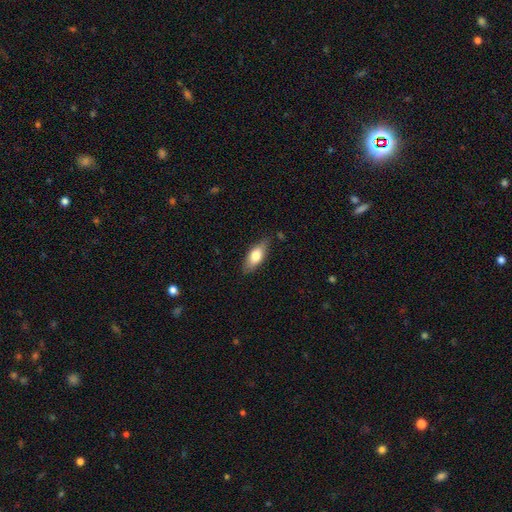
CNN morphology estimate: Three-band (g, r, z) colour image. It shows a smooth galaxy with no disk features (71%) that is in between round and cigar-shaped (77%). Merging: none (80%).